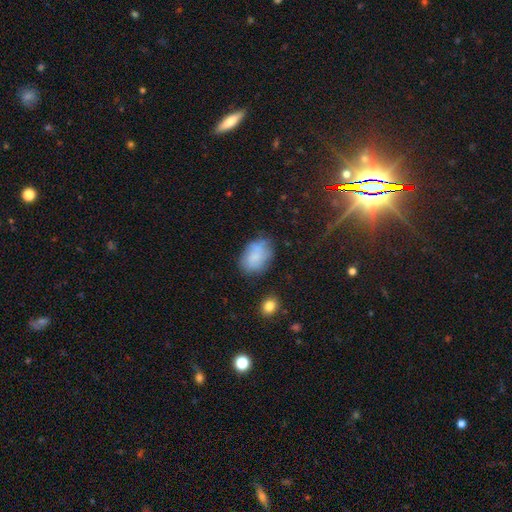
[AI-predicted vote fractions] Overall: smooth (75%). How rounded: in between (79%). Merging: none (62%; minor disturbance 25%).